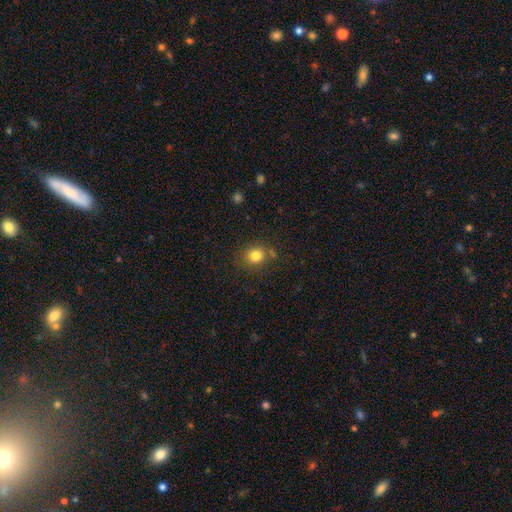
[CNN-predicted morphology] Smooth or featured? smooth (81%)
How rounded? round (72%)
Merging? none (77%)